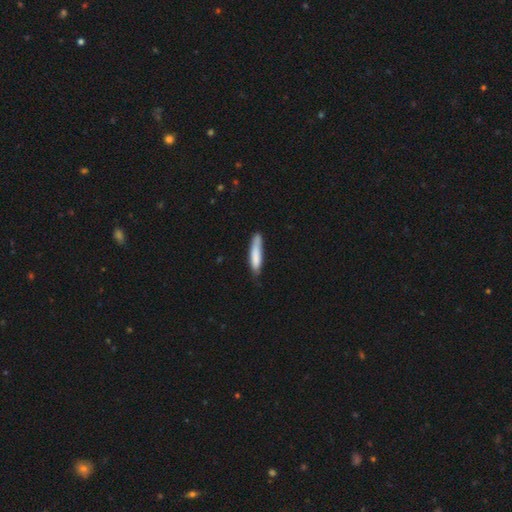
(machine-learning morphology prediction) Smooth or featured? Predicted: smooth (p=0.80). How rounded? Predicted: cigar-shaped (p=0.86). Merging? Predicted: none (p=0.67).